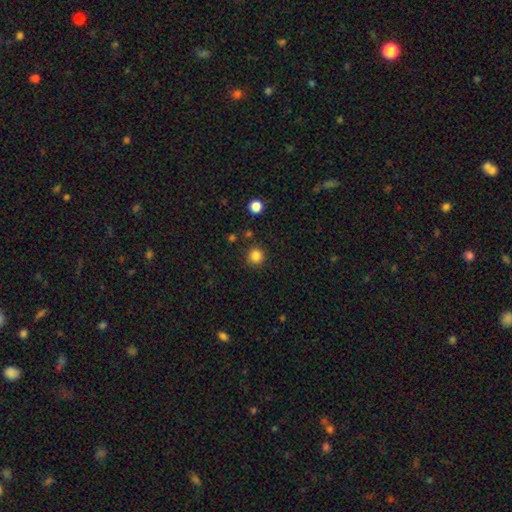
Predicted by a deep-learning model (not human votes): This is clearly a smooth galaxy (84%). How rounded: clearly round (93%). Merging: clearly none (88%).